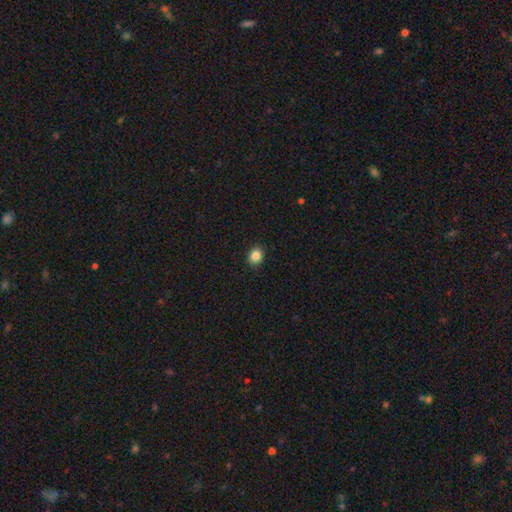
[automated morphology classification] Smooth or featured: smooth — 86% (star or artifact — 10%)
How rounded: round — 60% (in between — 39%)
Merging: none — 91% (minor disturbance — 6%)